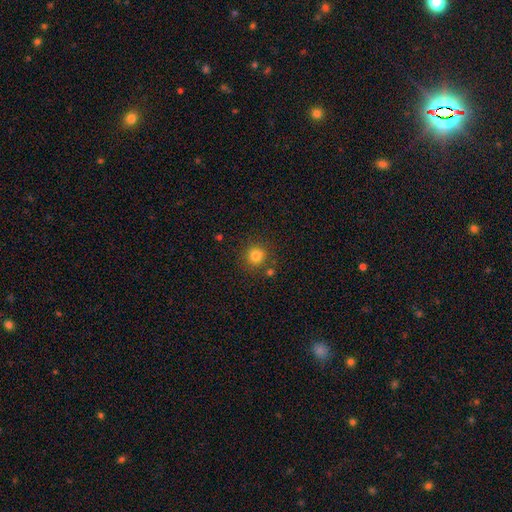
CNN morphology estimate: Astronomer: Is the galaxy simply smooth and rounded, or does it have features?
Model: smooth — 81%.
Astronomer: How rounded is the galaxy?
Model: round — 91%.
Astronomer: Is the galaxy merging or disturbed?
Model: none — 82%.